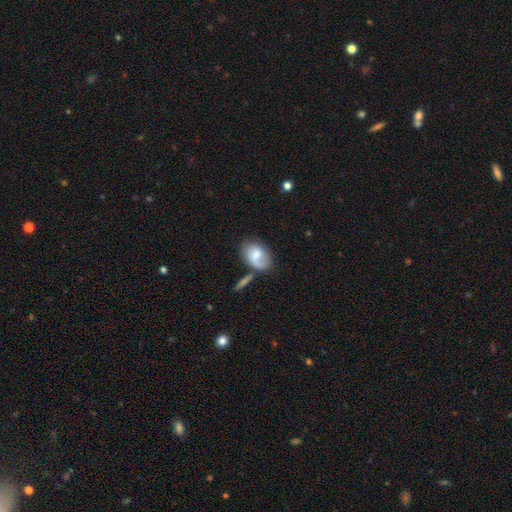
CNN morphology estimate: Smooth or featured: smooth — 63% (featured or disk — 30%)
How rounded: in between — 81% (round — 17%)
Merging: none — 46% (minor disturbance — 24%)